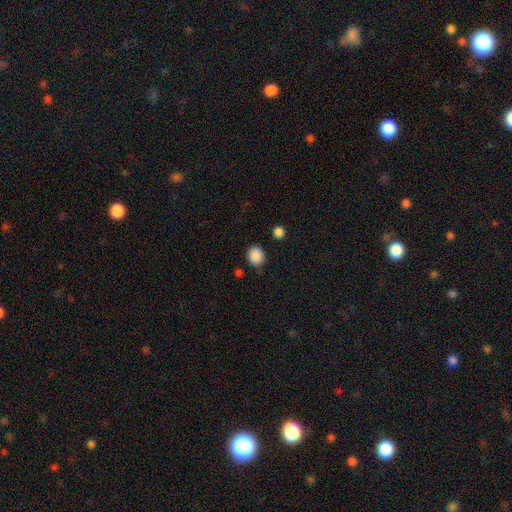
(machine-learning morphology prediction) Smooth or featured?
  - smooth: 88% *
  - star or artifact: 9%
  - featured or disk: 3%
How rounded?
  - round: 68% *
  - in between: 31%
  - cigar-shaped: 1%
Merging?
  - none: 84% *
  - minor disturbance: 10%
  - major disturbance: 3%
  - merger: 3%